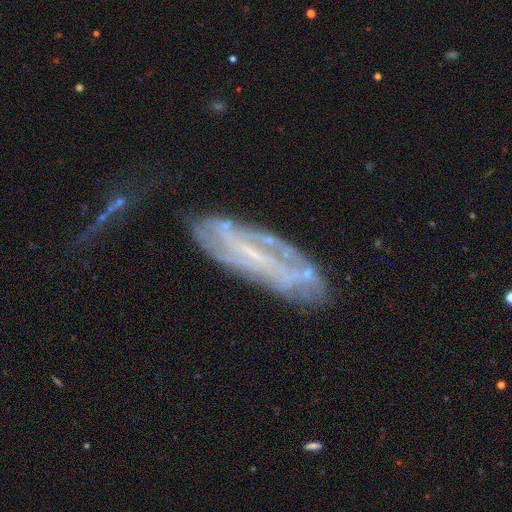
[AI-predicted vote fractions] Smooth or featured? featured or disk (73%)
Edge-on disk? no (78%)
Bar? strong (36%)
Spiral arms? yes (76%)
Bulge size? small (52%)
Merging? none (62%)